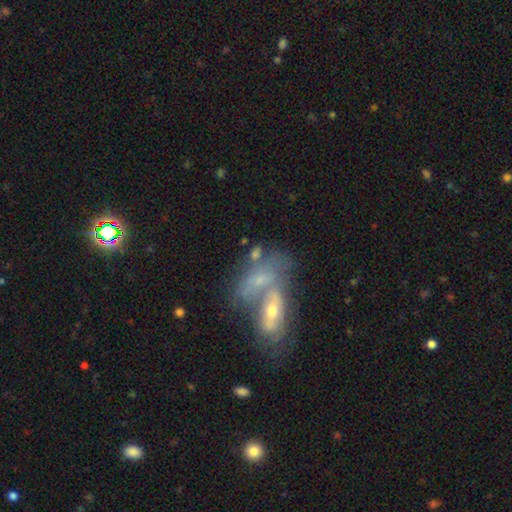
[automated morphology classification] smooth-or-featured: smooth: 45% | featured or disk: 44% | star or artifact: 11%
  merging: merger: 58% | none: 21% | minor disturbance: 11% | major disturbance: 10%